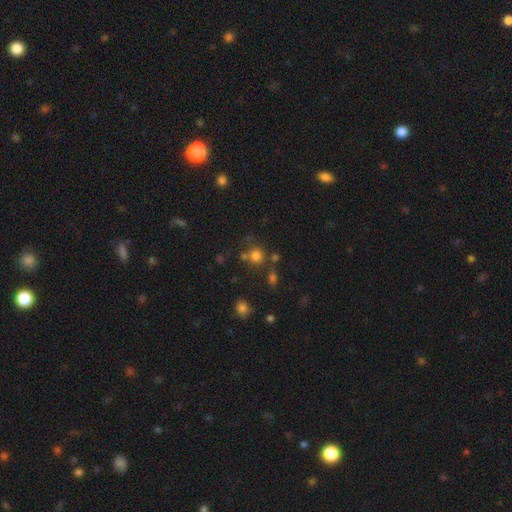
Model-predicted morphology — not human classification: Smooth or featured: smooth — 74% (star or artifact — 17%)
How rounded: round — 88% (in between — 11%)
Merging: none — 64% (merger — 19%)